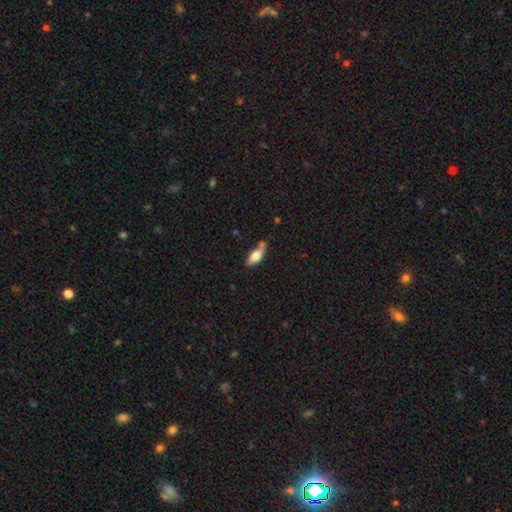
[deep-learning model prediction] A smooth galaxy with no disk features (72%) that is in between round and cigar-shaped (76%).

Vote fractions:
- Smooth or featured? smooth: 72% / featured or disk: 22% / star or artifact: 7%
- How rounded? in between: 76% / cigar-shaped: 21% / round: 3%
- Merging? none: 59% / minor disturbance: 23% / merger: 13% / major disturbance: 5%